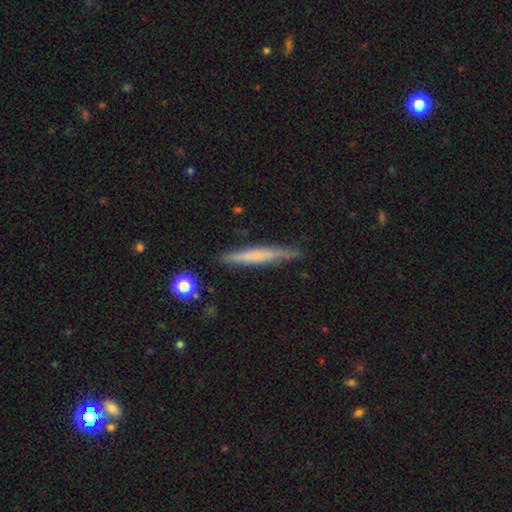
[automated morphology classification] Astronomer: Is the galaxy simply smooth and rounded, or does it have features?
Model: smooth — 53% (runner-up: featured or disk, 41%).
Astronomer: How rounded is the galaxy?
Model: cigar-shaped — 95%.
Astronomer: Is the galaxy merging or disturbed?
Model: none — 84%.